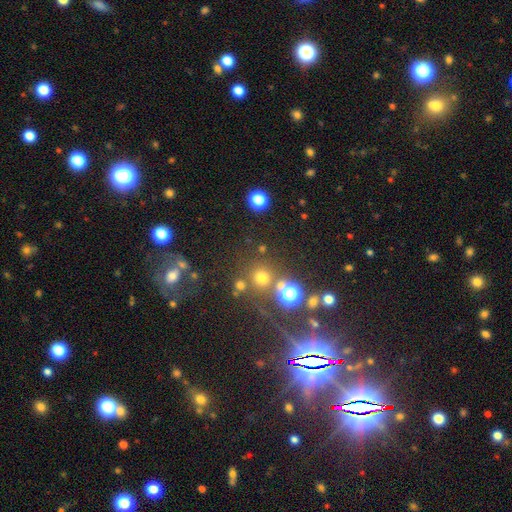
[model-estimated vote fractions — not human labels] smooth-or-featured: star or artifact: 64% | smooth: 27% | featured or disk: 8%